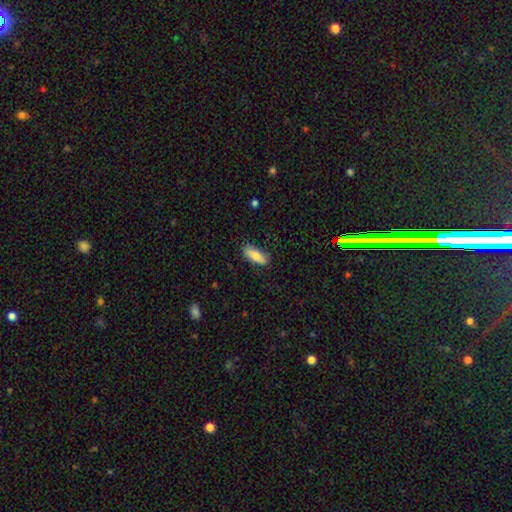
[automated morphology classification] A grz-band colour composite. It shows a smooth galaxy with no disk features (76%) that is in between round and cigar-shaped (70%). Merging: none (82%).